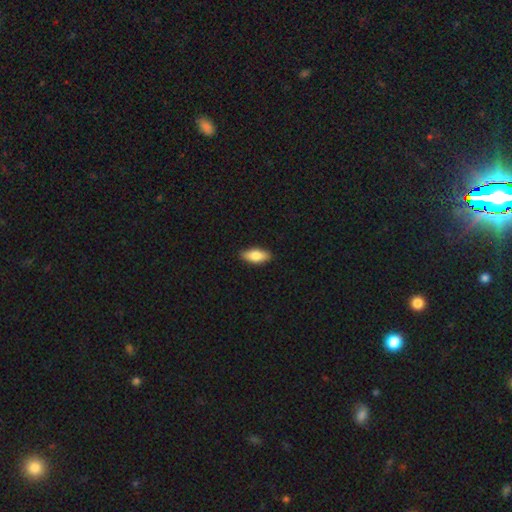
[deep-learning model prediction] smooth-or-featured: smooth: 82% | featured or disk: 12% | star or artifact: 6%
  how-rounded: in between: 84% | cigar-shaped: 14% | round: 2%
  merging: none: 88% | minor disturbance: 9% | major disturbance: 2% | merger: 1%